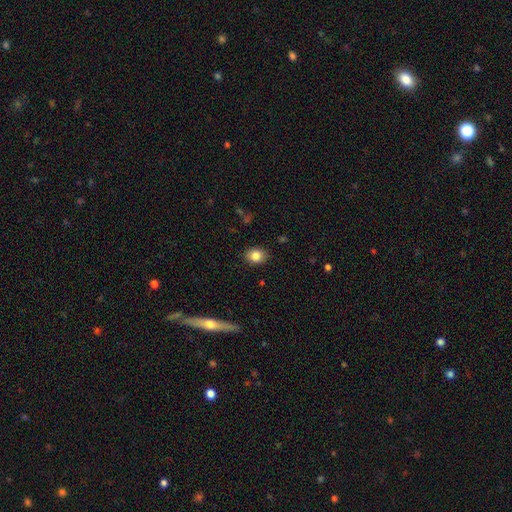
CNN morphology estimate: This appears to be a smooth galaxy with no disk features (83%) that is in between round and cigar-shaped (55%). Merging: none (88%).